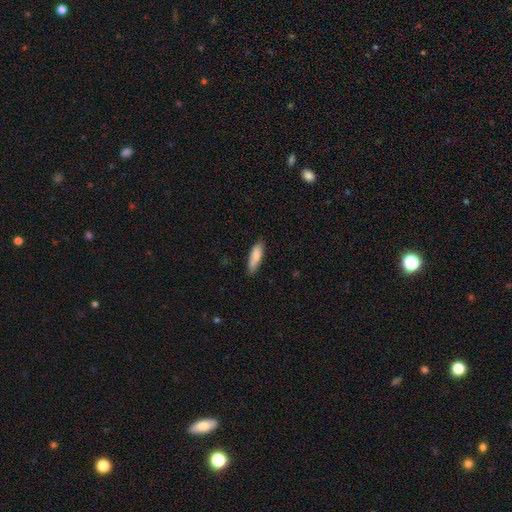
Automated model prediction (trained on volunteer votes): A smooth galaxy with no disk features (84%) that is cigar-shaped (55%).

Vote fractions:
- Smooth or featured? smooth: 84% / featured or disk: 10% / star or artifact: 6%
- How rounded? cigar-shaped: 55% / in between: 43% / round: 2%
- Merging? none: 76% / minor disturbance: 20% / major disturbance: 3% / merger: 1%